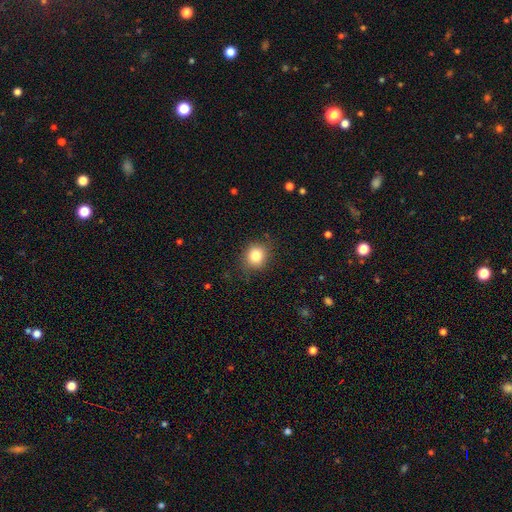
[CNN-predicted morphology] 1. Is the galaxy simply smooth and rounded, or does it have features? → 82% smooth, 11% star or artifact, 7% featured or disk.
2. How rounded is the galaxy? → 76% round, 23% in between, 1% cigar-shaped.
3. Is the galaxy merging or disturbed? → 83% none, 13% minor disturbance, 3% major disturbance, 1% merger.